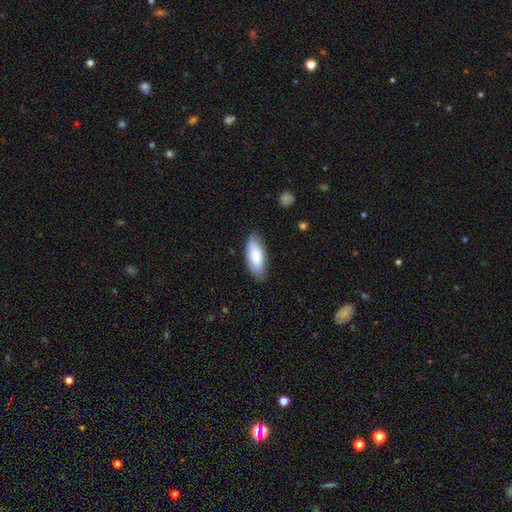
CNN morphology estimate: Smooth or featured? Predicted: smooth (p=0.80). How rounded? Predicted: in between (p=0.80). Merging? Predicted: none (p=0.79).